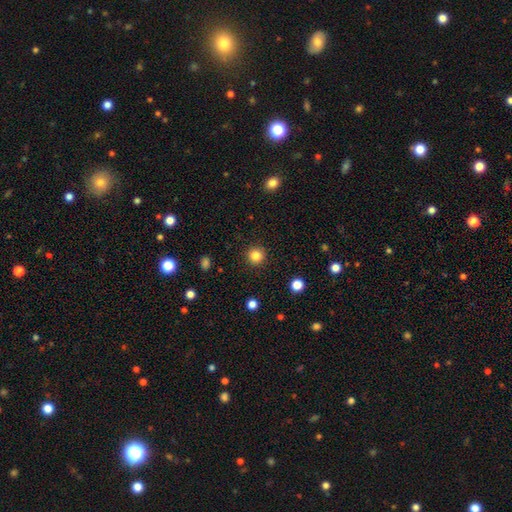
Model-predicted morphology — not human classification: A smooth galaxy with no disk features (84%) that is round (95%).

Vote fractions:
- Smooth or featured? smooth: 84% / star or artifact: 12% / featured or disk: 4%
- How rounded? round: 95% / in between: 4% / cigar-shaped: 1%
- Merging? none: 92% / minor disturbance: 5% / major disturbance: 2% / merger: 1%